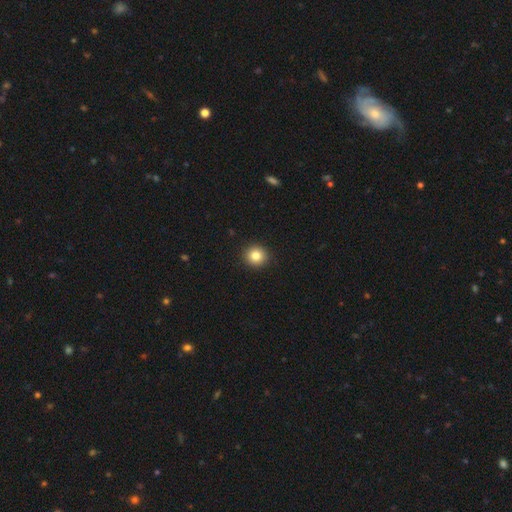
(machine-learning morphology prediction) Smooth or featured?
  - smooth: 83% *
  - star or artifact: 10%
  - featured or disk: 6%
How rounded?
  - round: 92% *
  - in between: 7%
  - cigar-shaped: 1%
Merging?
  - none: 93% *
  - minor disturbance: 5%
  - major disturbance: 2%
  - merger: 1%